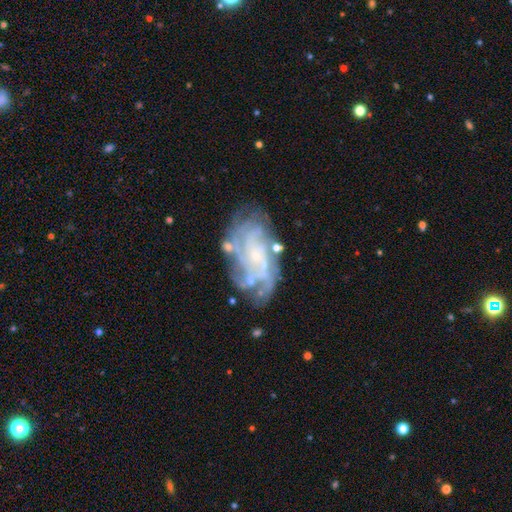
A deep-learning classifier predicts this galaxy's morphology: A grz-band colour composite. It shows a featured or disk galaxy (83%) with no bar (72%), tight (59%) spiral arms (91%) and a small central bulge (77%). Merging: none (67%).